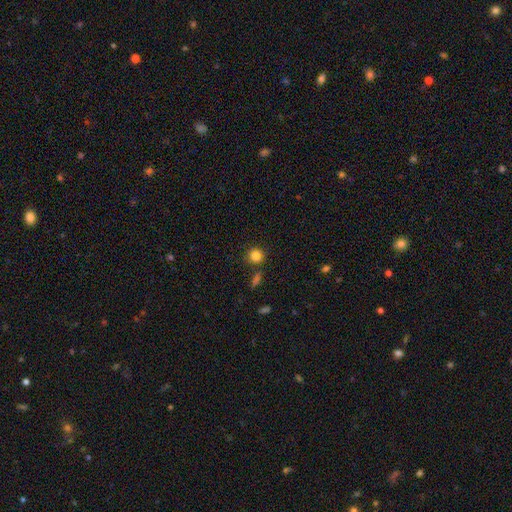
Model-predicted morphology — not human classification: Smooth or featured: smooth — 84% (star or artifact — 11%)
How rounded: round — 91% (in between — 8%)
Merging: none — 83% (minor disturbance — 9%)